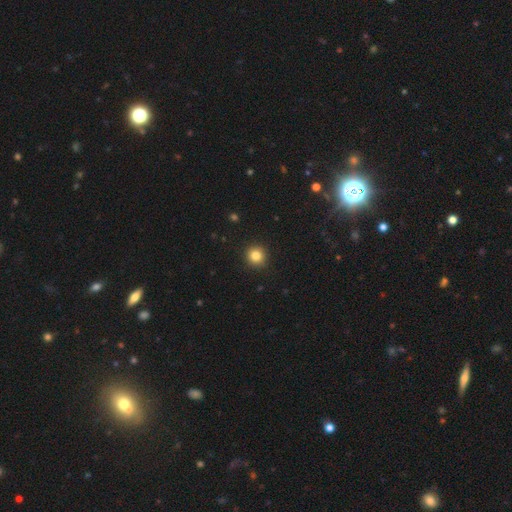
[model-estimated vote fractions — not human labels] smooth 83%, star or artifact 11%, featured or disk 5%. Down the decision tree: how rounded — round (93%); merging — none (92%).